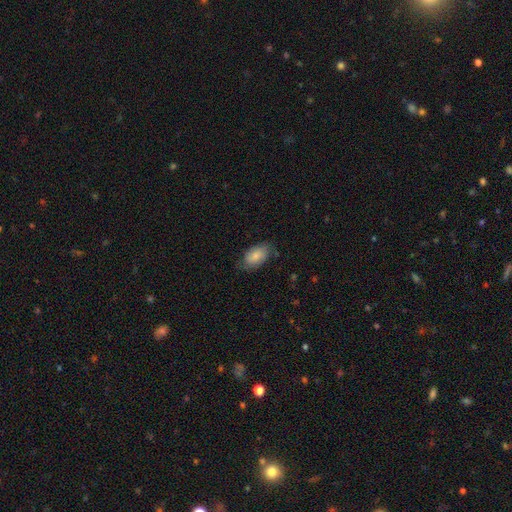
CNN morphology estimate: Smooth or featured?
  - smooth: 77% *
  - featured or disk: 17%
  - star or artifact: 6%
How rounded?
  - in between: 93% *
  - round: 5%
  - cigar-shaped: 2%
Merging?
  - none: 70% *
  - minor disturbance: 23%
  - major disturbance: 6%
  - merger: 1%